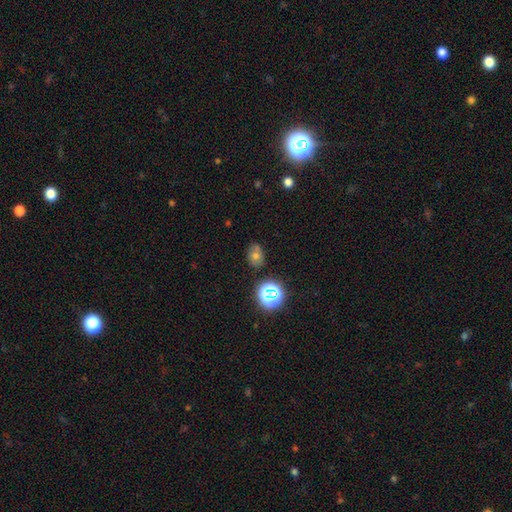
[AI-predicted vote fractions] This is possibly a smooth galaxy (49%). Merging: likely none (77%).